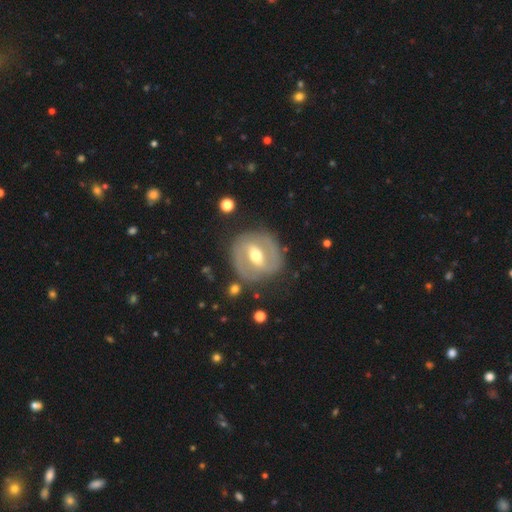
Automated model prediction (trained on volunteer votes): featured or disk 77%, smooth 18%, star or artifact 5%. Down the decision tree: edge-on disk — no (96%); bar — strong (48%); spiral arms — yes (71%); spiral arm count — 2 (83%); spiral winding — medium (43%); bulge size — moderate (72%); merging — none (82%).